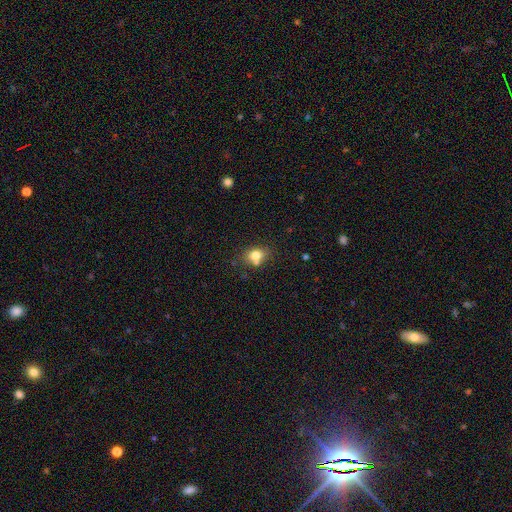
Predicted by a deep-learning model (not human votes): smooth-or-featured: smooth: 76% | featured or disk: 12% | star or artifact: 12%
  how-rounded: in between: 56% | round: 43% | cigar-shaped: 1%
  merging: none: 62% | merger: 19% | minor disturbance: 15% | major disturbance: 4%